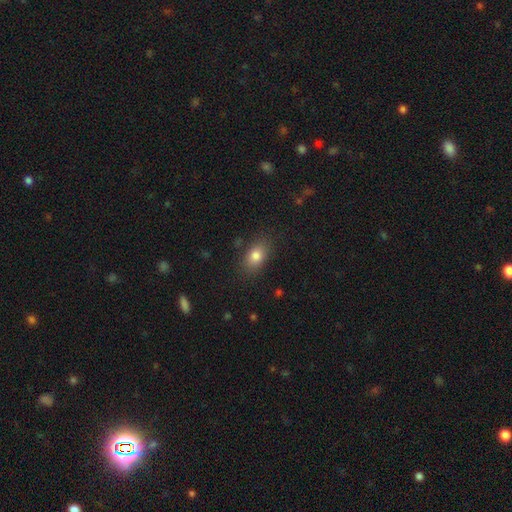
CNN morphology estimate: smooth 80%, featured or disk 10%, star or artifact 10%. Down the decision tree: how rounded — in between (81%); merging — none (83%).